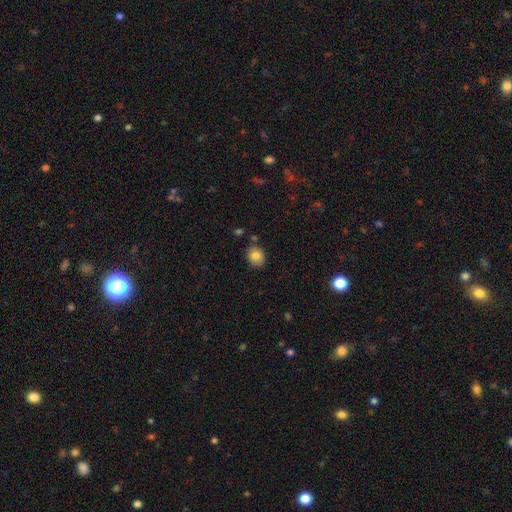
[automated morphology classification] smooth-or-featured: smooth: 81% | star or artifact: 10% | featured or disk: 9%
  how-rounded: round: 69% | in between: 31% | cigar-shaped: 1%
  merging: none: 82% | minor disturbance: 11% | merger: 5% | major disturbance: 2%